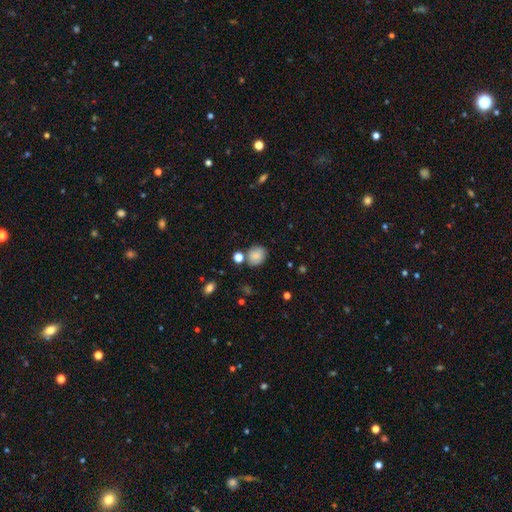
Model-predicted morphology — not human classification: This is clearly a smooth galaxy (83%). How rounded: likely round (69%). Merging: likely none (73%).